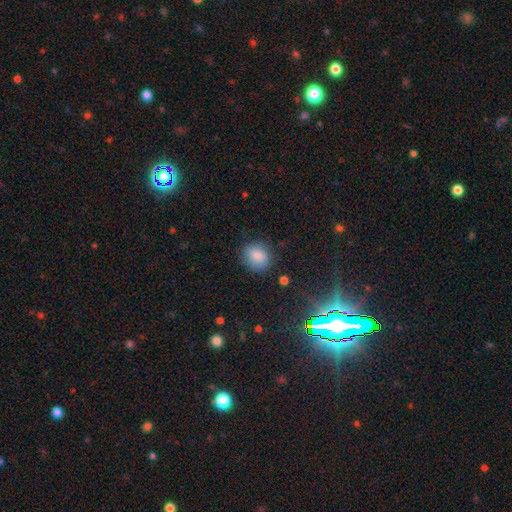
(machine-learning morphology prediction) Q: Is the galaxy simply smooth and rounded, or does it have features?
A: smooth — 75%.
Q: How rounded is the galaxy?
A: round — 61%.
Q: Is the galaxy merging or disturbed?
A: none — 79%.